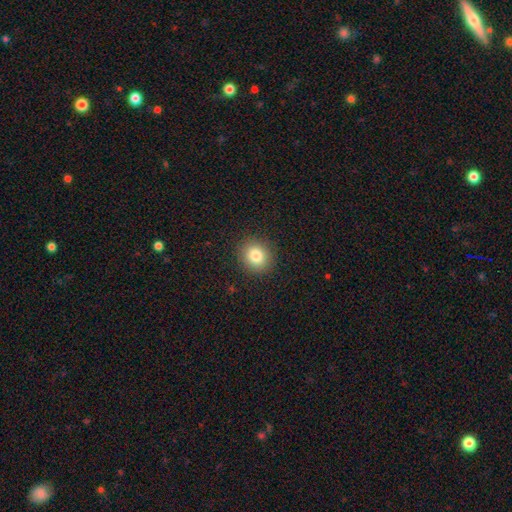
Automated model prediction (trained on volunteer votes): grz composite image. It shows a smooth galaxy with no disk features (82%) that is round (81%). Merging: none (90%).